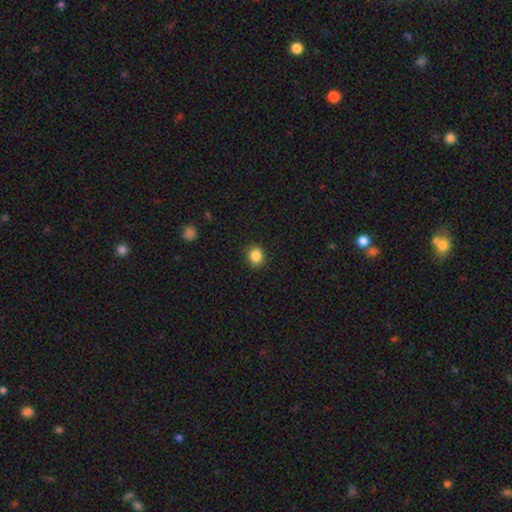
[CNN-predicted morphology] Q: Smooth or featured?
A: smooth (86%); runner-up: star or artifact (10%)
Q: How rounded?
A: round (76%); runner-up: in between (23%)
Q: Merging?
A: none (89%); runner-up: minor disturbance (8%)